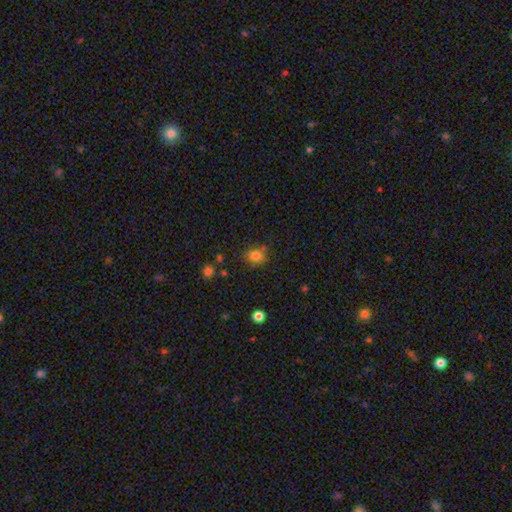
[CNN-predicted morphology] type=smooth (80%); roundness=round (72%); merging=none (77%).